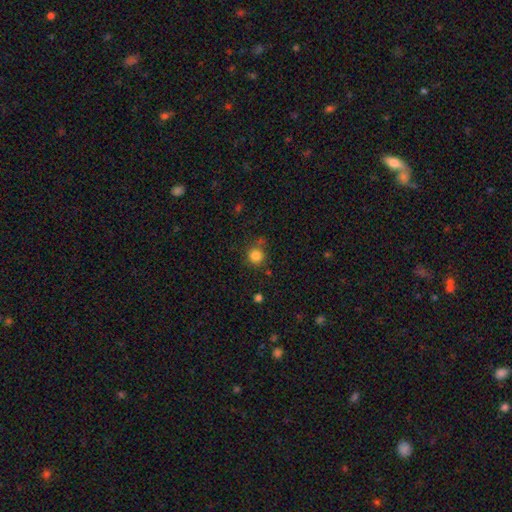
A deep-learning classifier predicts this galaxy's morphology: This appears to be a smooth galaxy with no disk features (83%) that is round (92%). Merging: none (77%).